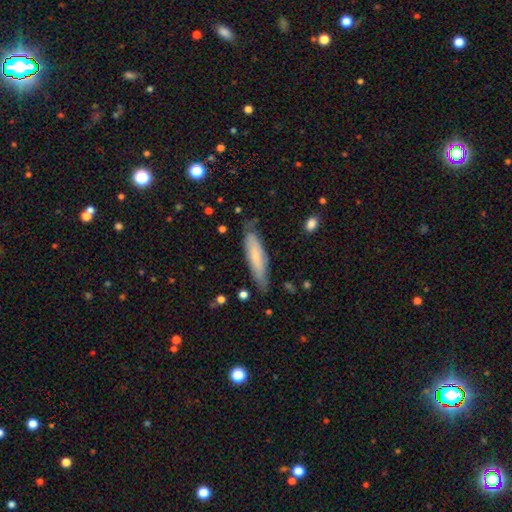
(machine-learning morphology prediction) Overall: smooth (60%; featured or disk 33%). How rounded: cigar-shaped (73%). Merging: none (72%).